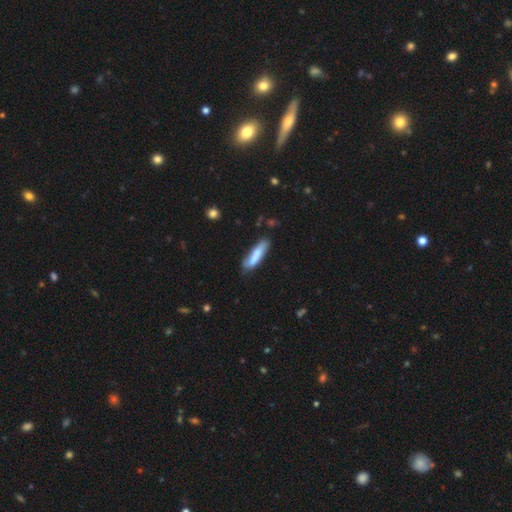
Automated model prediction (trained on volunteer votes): Overall: smooth (75%). How rounded: cigar-shaped (75%). Merging: none (66%).